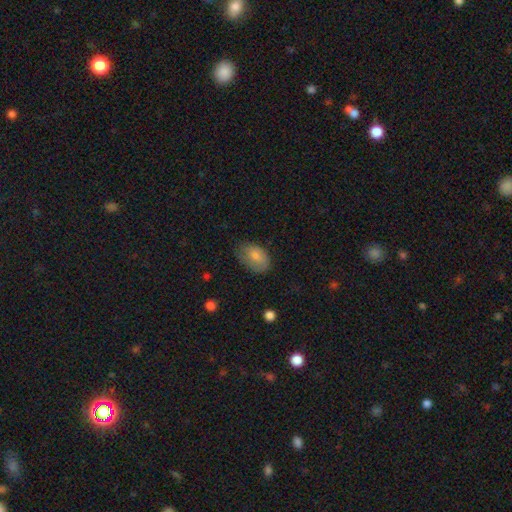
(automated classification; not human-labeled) Smooth or featured: smooth — 72% (featured or disk — 20%)
How rounded: in between — 89% (round — 10%)
Merging: none — 61% (minor disturbance — 29%)